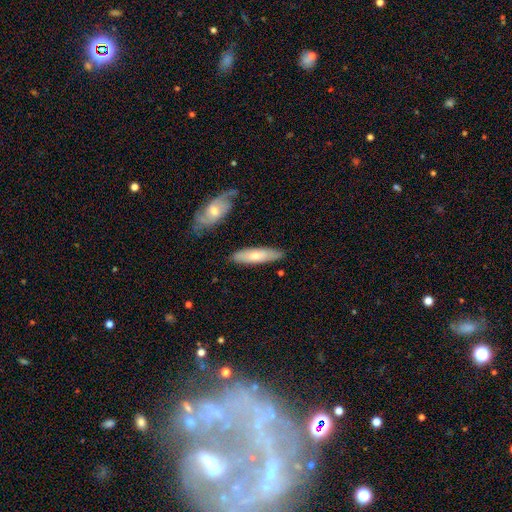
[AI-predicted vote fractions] Morphology: type=smooth (64%); roundness=cigar-shaped (63%); merging=none (82%).